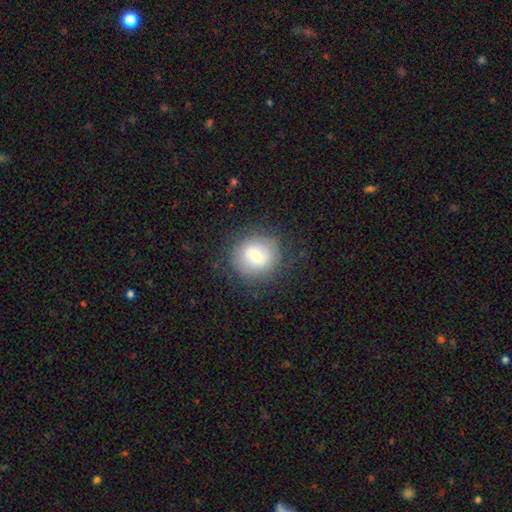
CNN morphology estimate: type=smooth (71%); roundness=round (88%); merging=none (82%).